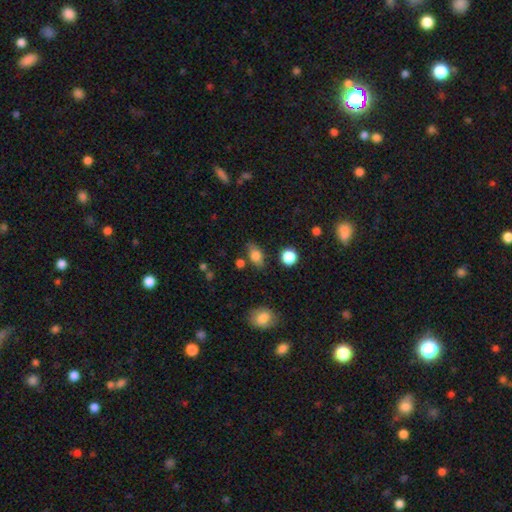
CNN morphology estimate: smooth_or_featured: smooth (p=0.78) [alt: featured or disk p=0.13]
how_rounded: in between (p=0.80) [alt: round p=0.15]
merging: none (p=0.74) [alt: minor disturbance p=0.16]